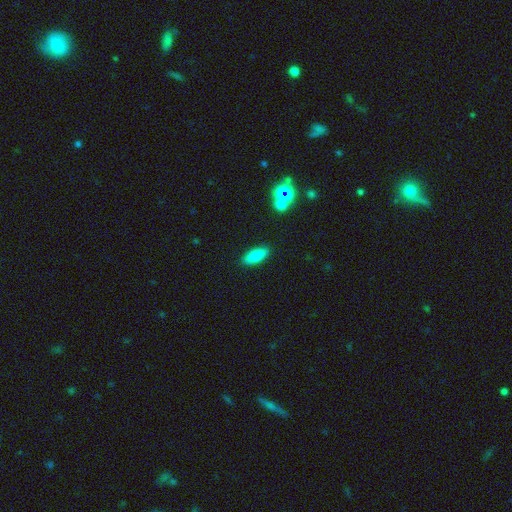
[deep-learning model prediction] Morphology: type=smooth (77%); roundness=in between (70%); merging=none (89%).